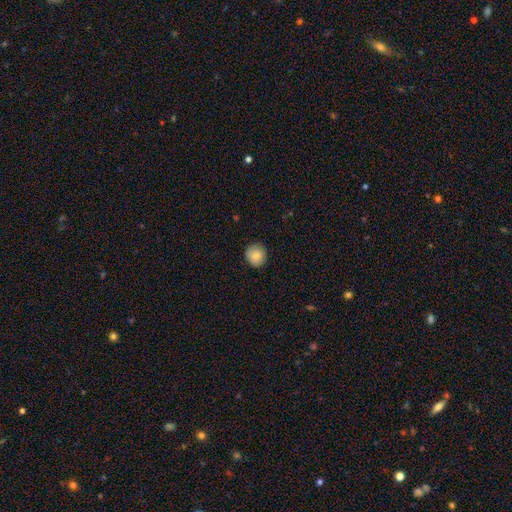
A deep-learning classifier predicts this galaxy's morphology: smooth_or_featured: smooth (p=0.86) [alt: star or artifact p=0.08]
how_rounded: round (p=0.88) [alt: in between p=0.11]
merging: none (p=0.86) [alt: minor disturbance p=0.10]